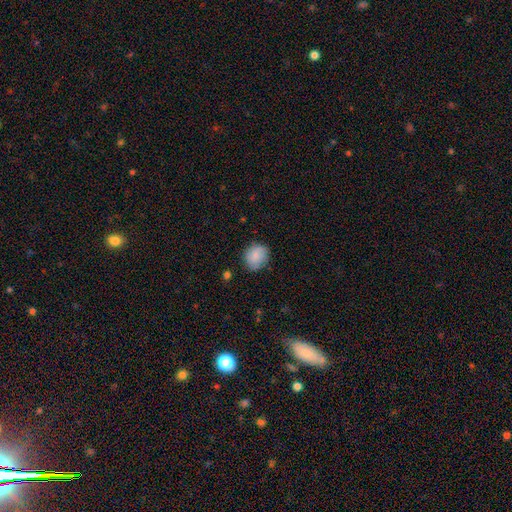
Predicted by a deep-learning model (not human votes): Smooth or featured?
  - smooth: 85% *
  - featured or disk: 8%
  - star or artifact: 7%
How rounded?
  - round: 64% *
  - in between: 35%
  - cigar-shaped: 1%
Merging?
  - none: 76% *
  - minor disturbance: 19%
  - major disturbance: 4%
  - merger: 2%